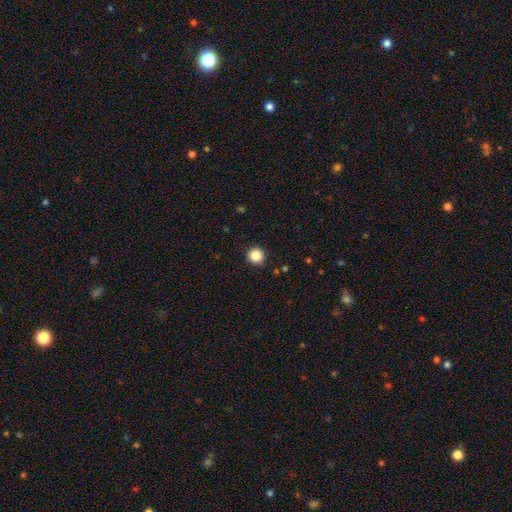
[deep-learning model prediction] A smooth galaxy with no disk features (87%) that is round (95%). Merging: none (92%).